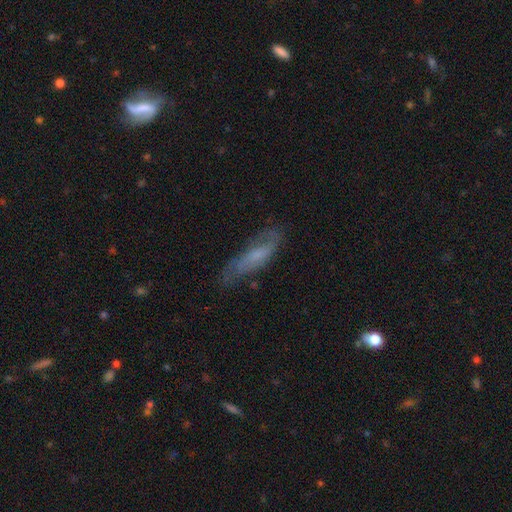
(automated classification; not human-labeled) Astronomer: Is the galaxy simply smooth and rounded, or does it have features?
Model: featured or disk — 48% (runner-up: smooth, 44%).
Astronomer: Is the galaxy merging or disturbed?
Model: none — 62%.